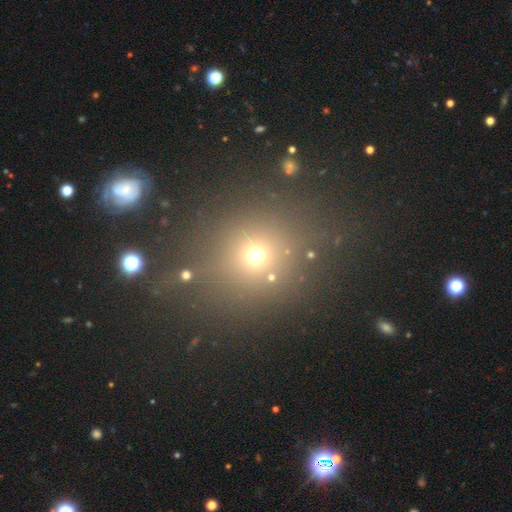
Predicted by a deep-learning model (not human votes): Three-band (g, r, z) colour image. It shows a smooth galaxy with no disk features (64%) that is round (85%). Merging: none (75%).